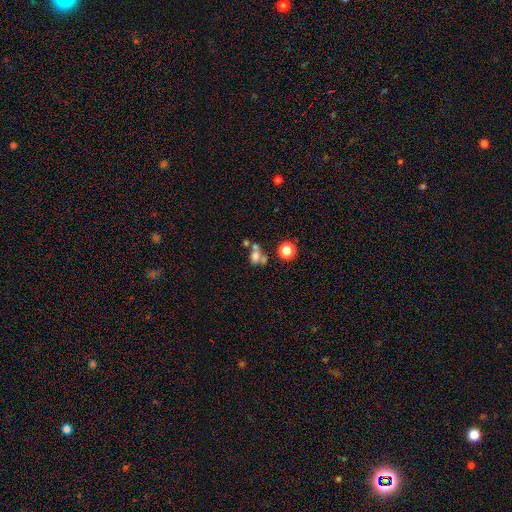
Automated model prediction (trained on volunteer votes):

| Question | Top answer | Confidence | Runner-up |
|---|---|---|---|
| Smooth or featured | smooth | 65% | star or artifact (18%) |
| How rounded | in between | 52% | round (46%) |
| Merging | merger | 45% | none (34%) |